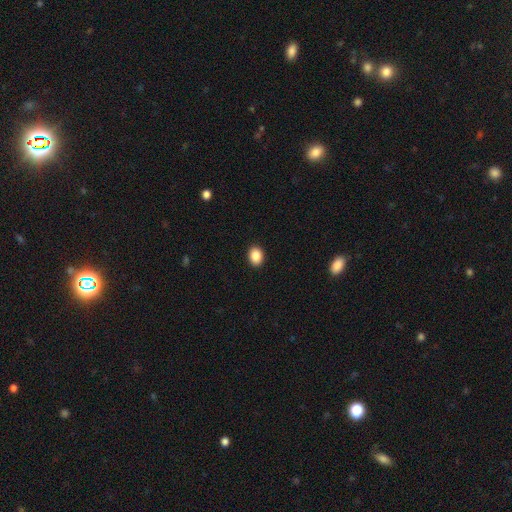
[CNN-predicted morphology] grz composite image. It shows a smooth galaxy with no disk features (88%) that is in between round and cigar-shaped (59%). Merging: none (92%).